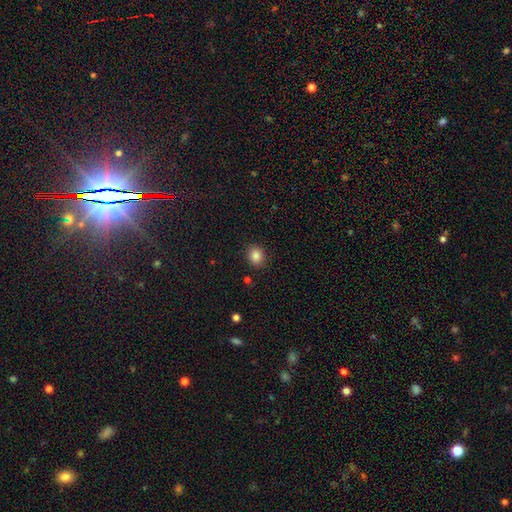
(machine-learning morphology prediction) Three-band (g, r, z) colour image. It shows a smooth galaxy with no disk features (85%) that is round (66%). Merging: none (87%).